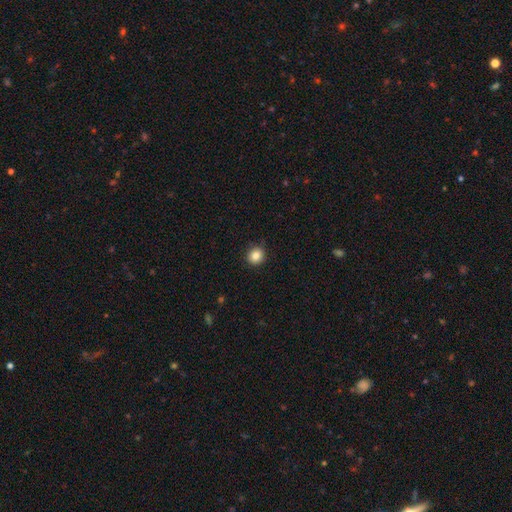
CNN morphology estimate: A smooth galaxy with no disk features (84%) that is round (88%).

Vote fractions:
- Smooth or featured? smooth: 84% / star or artifact: 10% / featured or disk: 6%
- How rounded? round: 88% / in between: 12% / cigar-shaped: 1%
- Merging? none: 90% / minor disturbance: 7% / major disturbance: 2% / merger: 1%